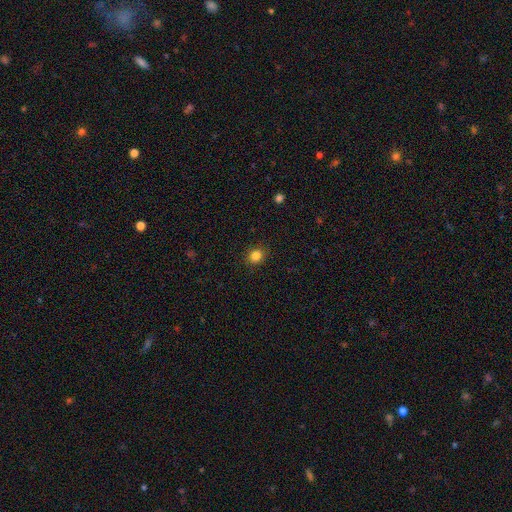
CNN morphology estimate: A smooth galaxy with no disk features (84%) that is round (78%). Merging: none (89%).